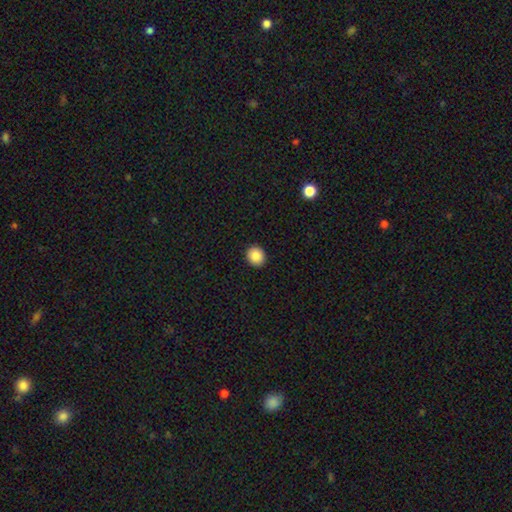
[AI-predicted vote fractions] Overall: smooth (88%). How rounded: round (79%). Merging: none (92%).